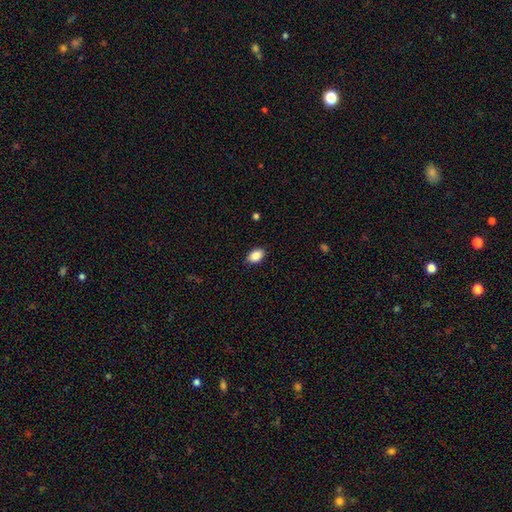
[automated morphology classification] smooth 88%, star or artifact 8%, featured or disk 5%. Down the decision tree: how rounded — in between (89%); merging — none (88%).